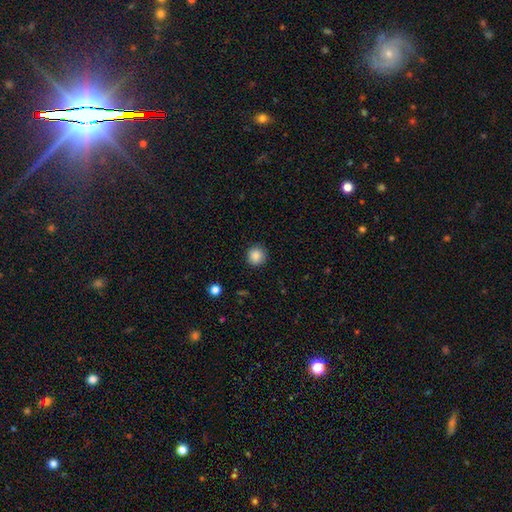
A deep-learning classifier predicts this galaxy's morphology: This is clearly a smooth galaxy (87%). How rounded: clearly round (94%). Merging: clearly none (90%).